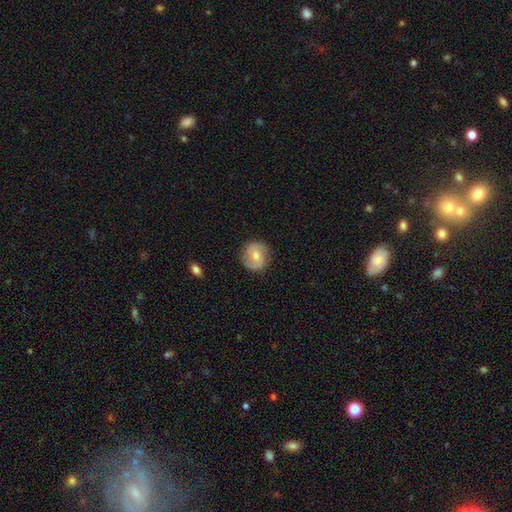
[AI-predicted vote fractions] The model was most divided on "smooth or featured": smooth: 48%, featured or disk: 45%, star or artifact: 7%. More confident: merging — none (80%).